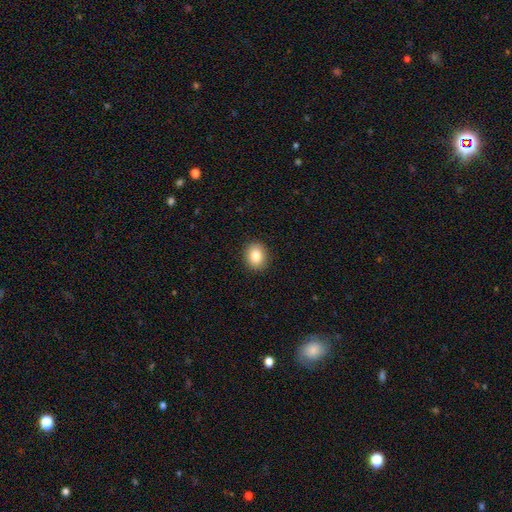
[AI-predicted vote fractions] Q: Smooth or featured?
A: smooth (83%); runner-up: star or artifact (9%)
Q: How rounded?
A: round (66%); runner-up: in between (33%)
Q: Merging?
A: none (91%); runner-up: minor disturbance (6%)